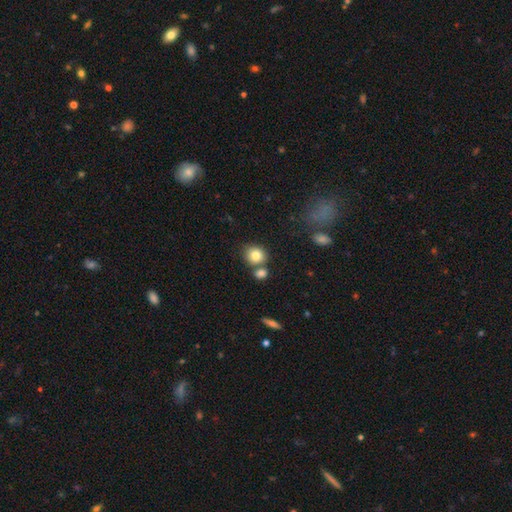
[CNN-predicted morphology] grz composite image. It shows a smooth galaxy with no disk features (81%) that is round (76%). Merging: none (64%).